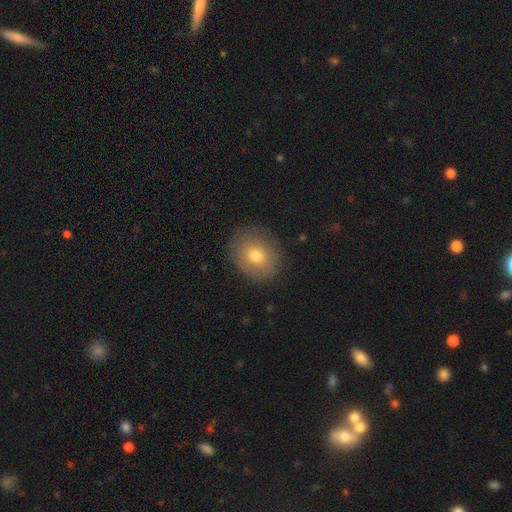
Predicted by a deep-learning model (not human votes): Smooth or featured: smooth — 72% (featured or disk — 18%)
How rounded: round — 63% (in between — 36%)
Merging: none — 85% (minor disturbance — 10%)